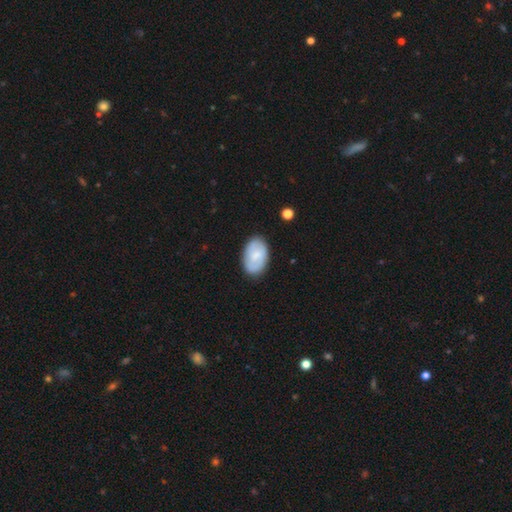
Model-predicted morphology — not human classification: Overall: smooth (54%; featured or disk 40%). How rounded: in between (90%). Merging: none (83%).